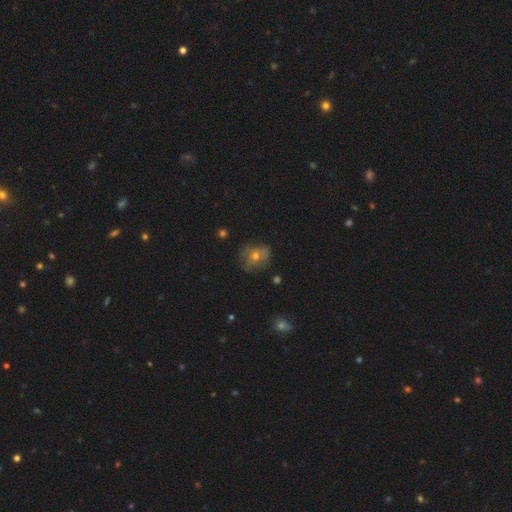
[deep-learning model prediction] Smooth or featured: smooth — 48% (featured or disk — 35%)
Merging: none — 64% (minor disturbance — 23%)